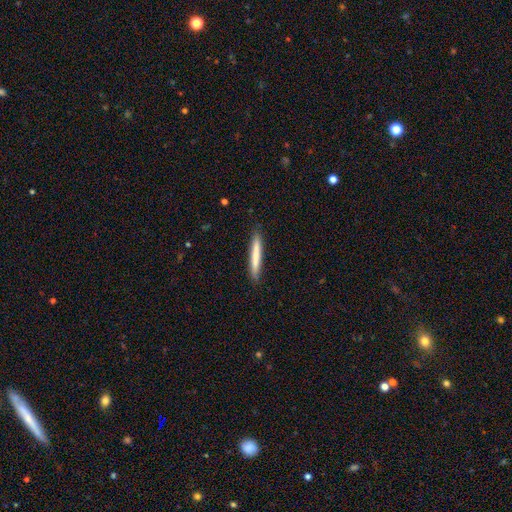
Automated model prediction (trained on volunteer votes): Overall: smooth (73%). How rounded: cigar-shaped (96%). Merging: none (89%).